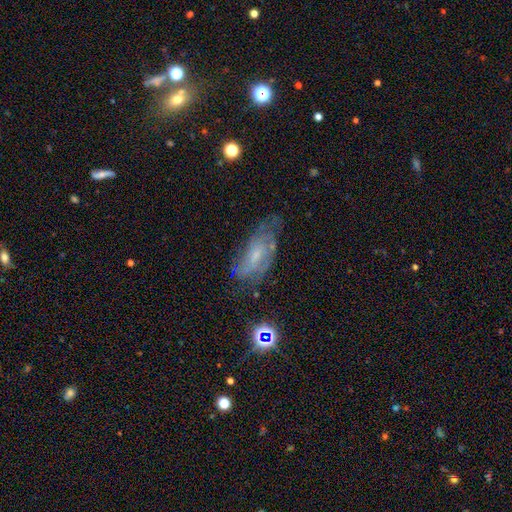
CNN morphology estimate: Smooth or featured? featured or disk (60%)
Edge-on disk? no (90%)
Bar? no (58%)
Spiral arms? yes (71%)
Bulge size? small (58%)
Merging? none (54%)